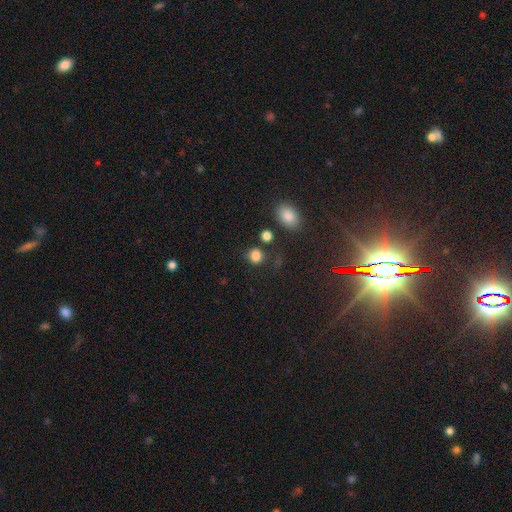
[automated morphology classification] Smooth or featured? smooth (83%)
How rounded? round (81%)
Merging? none (77%)